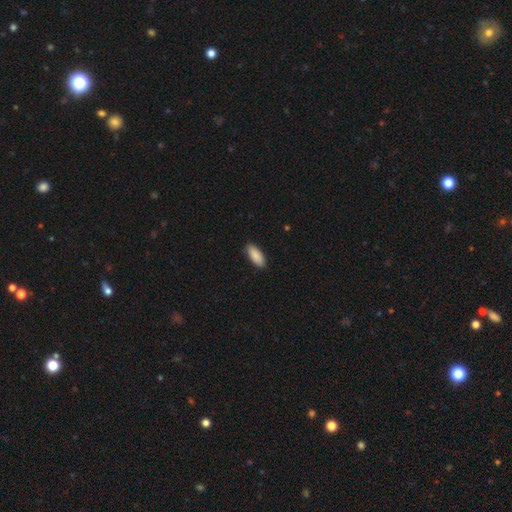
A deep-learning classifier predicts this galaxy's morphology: Smooth or featured: smooth — 90% (star or artifact — 6%)
How rounded: in between — 85% (cigar-shaped — 14%)
Merging: none — 87% (minor disturbance — 10%)